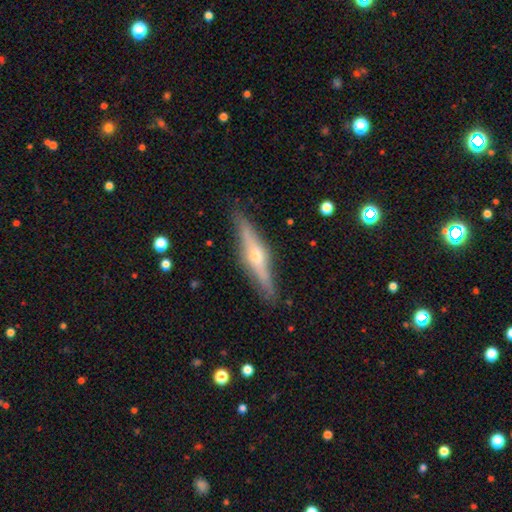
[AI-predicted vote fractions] This appears to be a featured or disk galaxy (74%) viewed edge-on (95%) with a rounded central bulge (89%). Merging: none (89%).